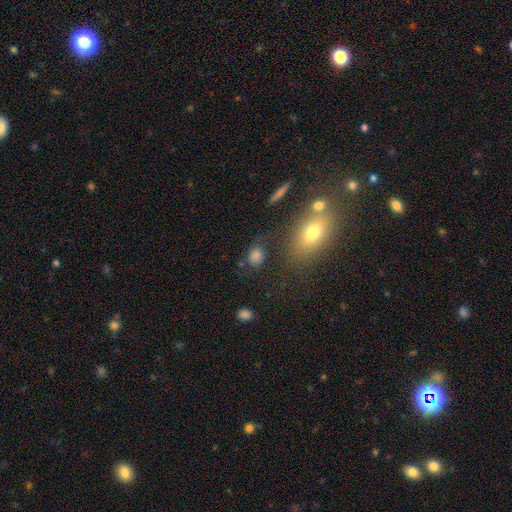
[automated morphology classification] This appears to be a smooth galaxy with no disk features (76%) that is round (50%). Merging: none (61%).